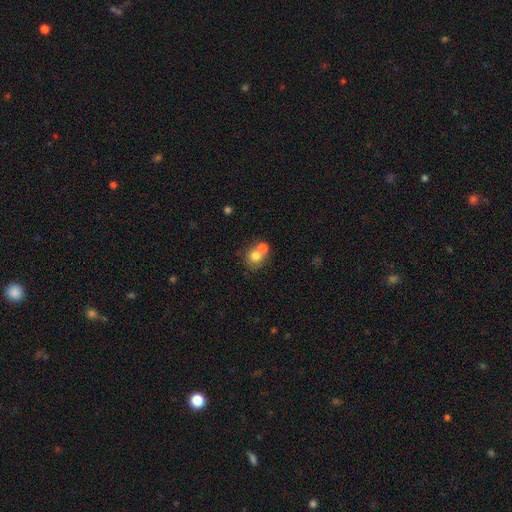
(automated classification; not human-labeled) Smooth or featured? Predicted: smooth (p=0.75). How rounded? Predicted: round (p=0.82). Merging? Predicted: merger (p=0.47).